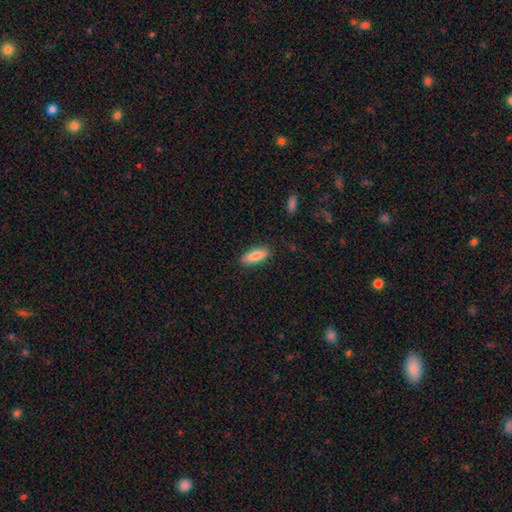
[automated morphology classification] Overall: smooth (82%). How rounded: in between (64%; cigar-shaped 34%). Merging: none (86%).